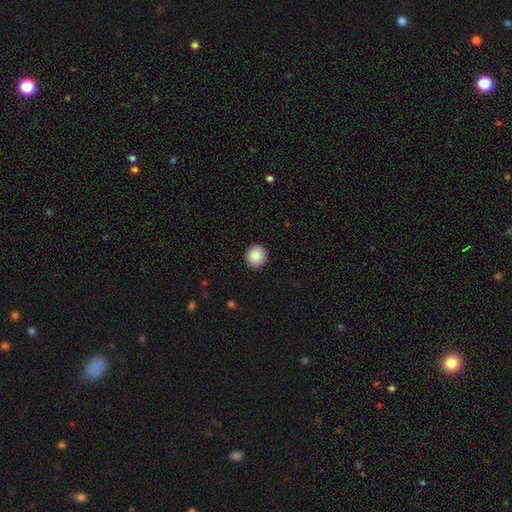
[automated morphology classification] type=smooth (89%); roundness=round (91%); merging=none (92%).